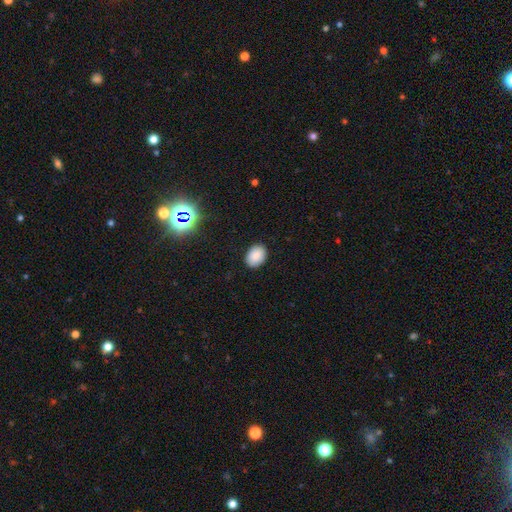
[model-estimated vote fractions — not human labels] A smooth galaxy with no disk features (88%) that is in between round and cigar-shaped (73%).

Vote fractions:
- Smooth or featured? smooth: 88% / star or artifact: 8% / featured or disk: 3%
- How rounded? in between: 73% / round: 26% / cigar-shaped: 1%
- Merging? none: 88% / minor disturbance: 9% / major disturbance: 2% / merger: 1%